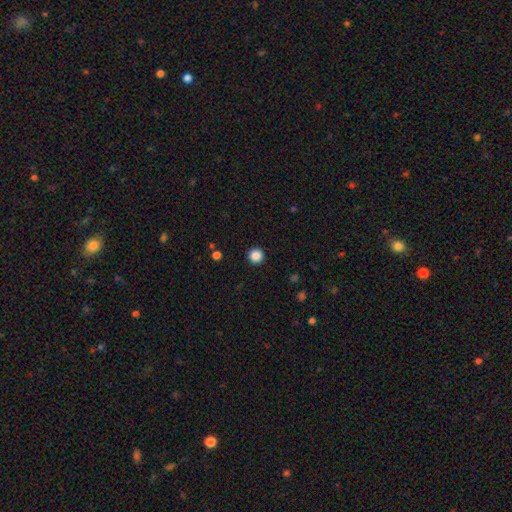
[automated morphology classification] smooth_or_featured: smooth (p=0.86) [alt: star or artifact p=0.11]
how_rounded: round (p=0.96) [alt: in between p=0.03]
merging: none (p=0.93) [alt: minor disturbance p=0.04]